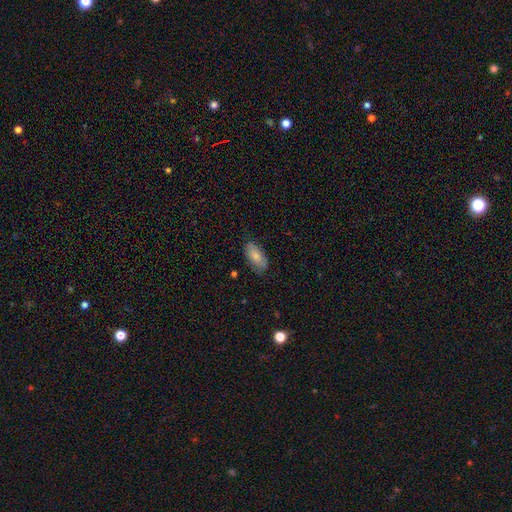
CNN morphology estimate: A smooth galaxy with no disk features (80%) that is in between round and cigar-shaped (91%). Merging: none (73%).